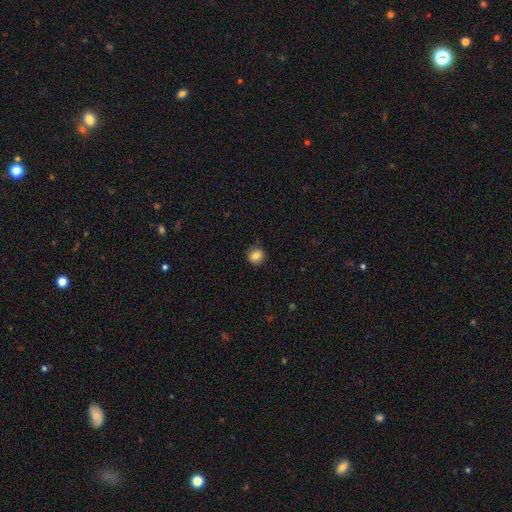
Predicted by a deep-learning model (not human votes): The model was most divided on "how rounded": round: 83%, in between: 16%, cigar-shaped: 1%. More confident: merging — none (85%); smooth or featured — smooth (83%).